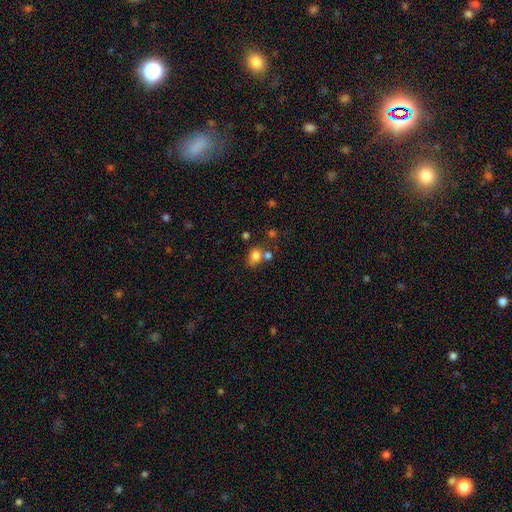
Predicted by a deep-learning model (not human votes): Smooth or featured: smooth — 79% (star or artifact — 12%)
How rounded: in between — 55% (round — 43%)
Merging: none — 49% (merger — 30%)